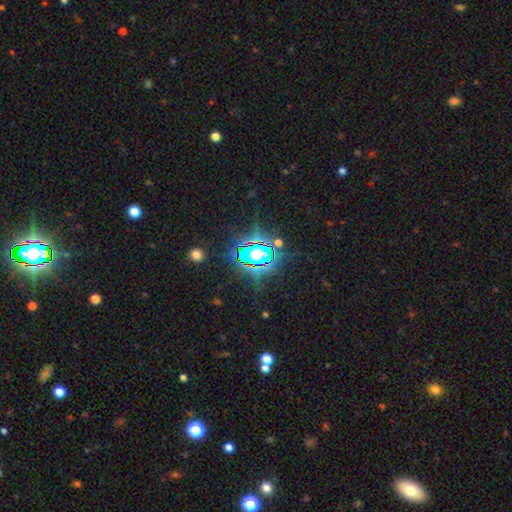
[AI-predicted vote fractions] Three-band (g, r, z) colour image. It shows a star or artifact, not a galaxy (73%).